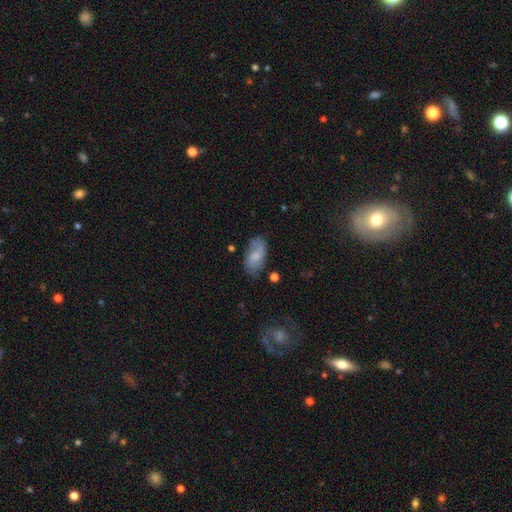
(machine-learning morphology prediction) Overall: smooth (64%; featured or disk 29%). How rounded: in between (93%). Merging: none (70%).